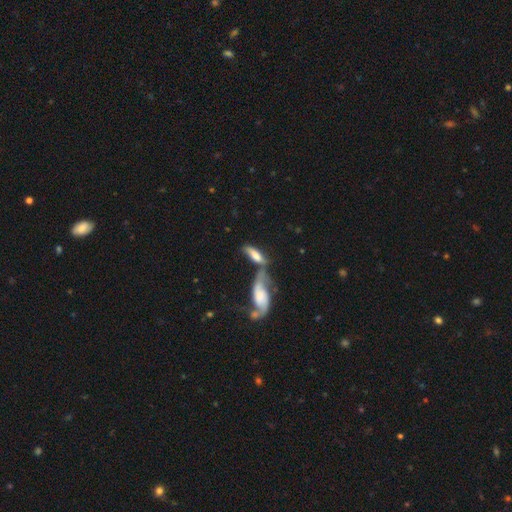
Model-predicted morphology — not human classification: The model was most divided on "smooth or featured": smooth: 52%, featured or disk: 40%, star or artifact: 8%. More confident: how rounded — in between (59%); merging — merger (54%).